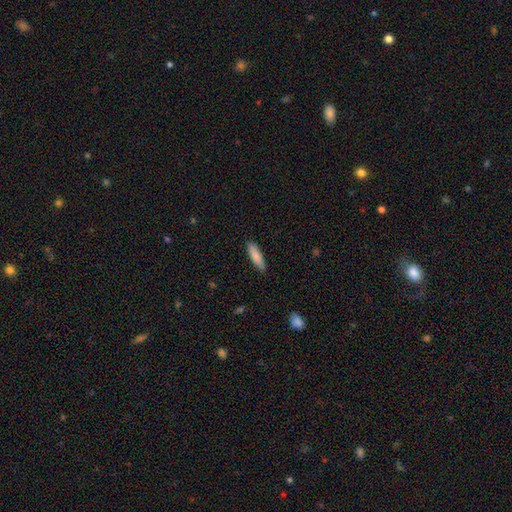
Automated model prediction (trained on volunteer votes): Overall: smooth (85%). How rounded: cigar-shaped (71%). Merging: none (87%).